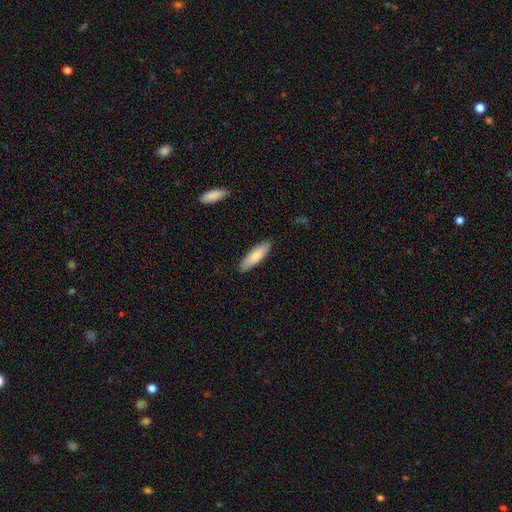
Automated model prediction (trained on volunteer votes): Smooth or featured? Predicted: smooth (p=0.81). How rounded? Predicted: cigar-shaped (p=0.60). Merging? Predicted: none (p=0.89).